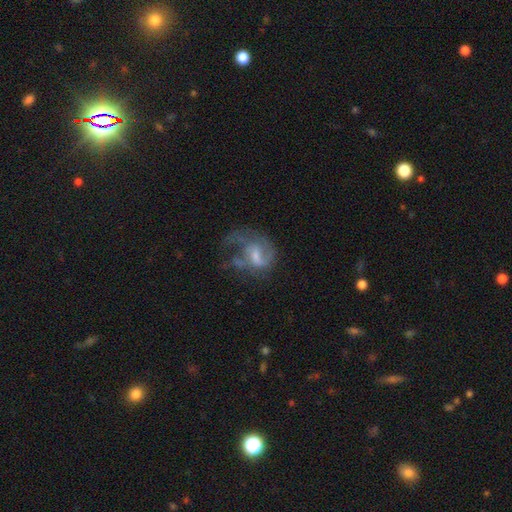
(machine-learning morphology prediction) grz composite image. It shows a featured or disk galaxy (71%) with a weak bar (47%), 2 (38%) medium (43%) spiral arms (77%) and a small central bulge (42%). Merging: major disturbance (43%).